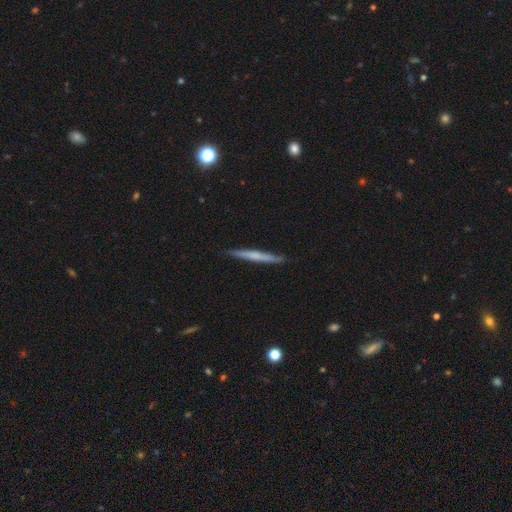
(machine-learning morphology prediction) Q: Smooth or featured?
A: smooth (50%); runner-up: featured or disk (44%)
Q: Merging?
A: none (89%); runner-up: minor disturbance (8%)